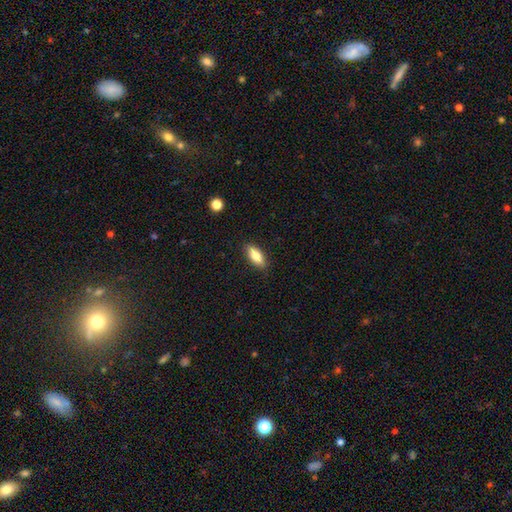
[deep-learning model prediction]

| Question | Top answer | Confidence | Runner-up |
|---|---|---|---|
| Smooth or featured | smooth | 78% | featured or disk (16%) |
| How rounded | in between | 74% | cigar-shaped (24%) |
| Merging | none | 87% | minor disturbance (10%) |